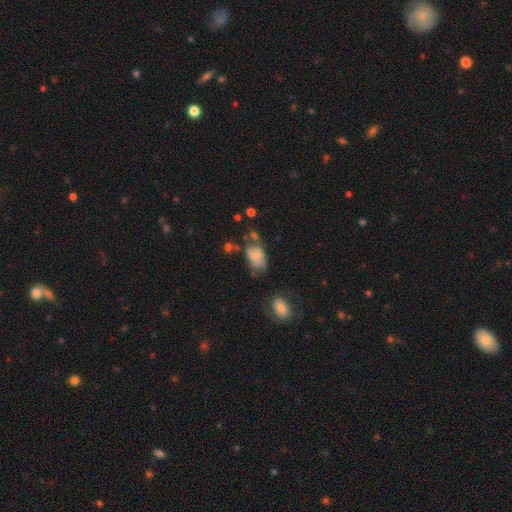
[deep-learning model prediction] Q: Smooth or featured?
A: smooth (72%); runner-up: featured or disk (18%)
Q: How rounded?
A: in between (85%); runner-up: round (14%)
Q: Merging?
A: none (38%); runner-up: minor disturbance (31%)